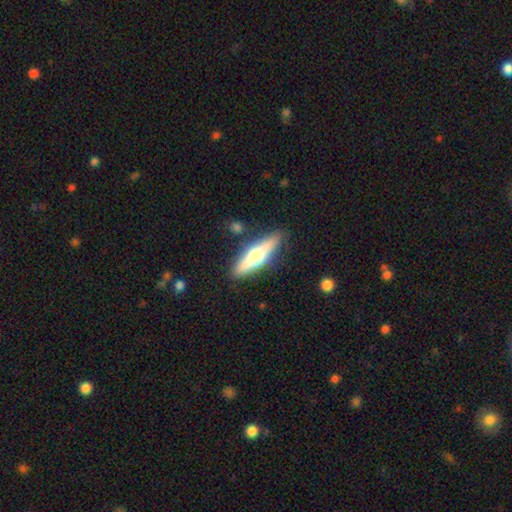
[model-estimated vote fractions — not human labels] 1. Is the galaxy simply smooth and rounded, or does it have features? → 56% featured or disk, 38% smooth, 6% star or artifact.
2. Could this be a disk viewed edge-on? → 93% yes, 7% no.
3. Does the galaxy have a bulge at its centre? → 94% rounded, 4% boxy, 3% none.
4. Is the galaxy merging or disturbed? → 85% none, 10% minor disturbance, 2% major disturbance, 2% merger.